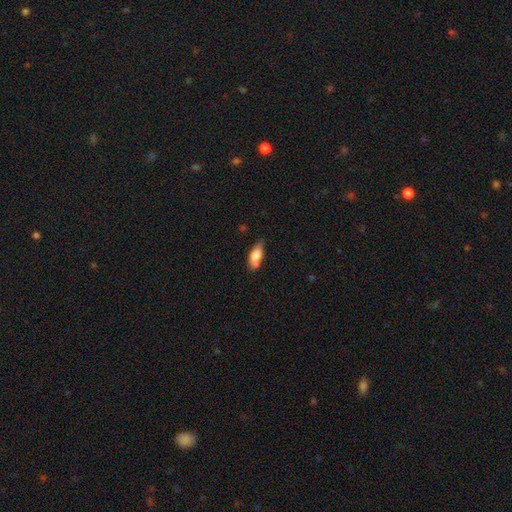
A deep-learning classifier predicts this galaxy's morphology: smooth-or-featured: smooth: 76% | featured or disk: 17% | star or artifact: 7%
  how-rounded: in between: 72% | cigar-shaped: 25% | round: 3%
  merging: none: 61% | minor disturbance: 27% | merger: 7% | major disturbance: 6%